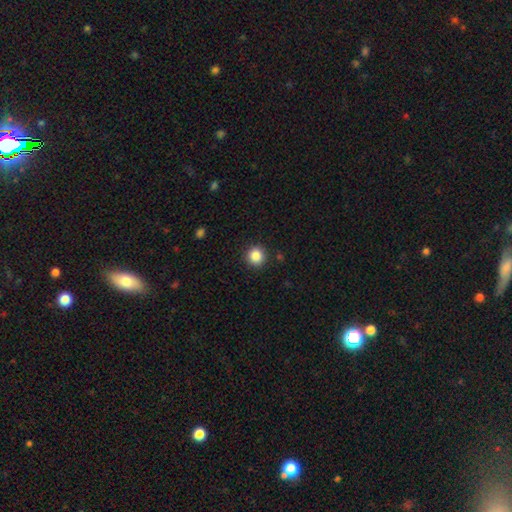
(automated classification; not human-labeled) smooth_or_featured: smooth (p=0.86) [alt: star or artifact p=0.10]
how_rounded: round (p=0.93) [alt: in between p=0.07]
merging: none (p=0.91) [alt: minor disturbance p=0.06]